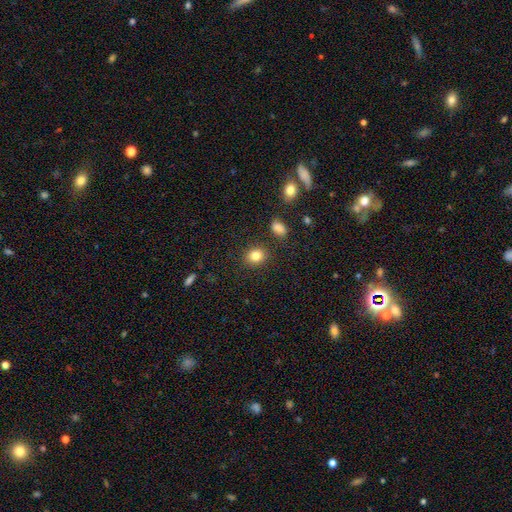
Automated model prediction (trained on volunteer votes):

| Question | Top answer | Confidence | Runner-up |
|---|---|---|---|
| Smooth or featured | smooth | 83% | star or artifact (10%) |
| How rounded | round | 58% | in between (41%) |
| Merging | none | 85% | minor disturbance (9%) |